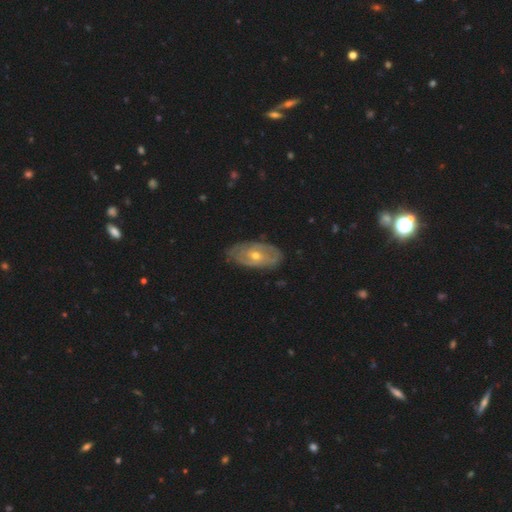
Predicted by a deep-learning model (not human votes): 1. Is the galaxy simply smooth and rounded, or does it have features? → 73% featured or disk, 21% smooth, 6% star or artifact.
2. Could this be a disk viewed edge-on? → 91% no, 9% yes.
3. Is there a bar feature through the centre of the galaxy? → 65% no, 28% weak, 7% strong.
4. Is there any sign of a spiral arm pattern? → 69% yes, 31% no.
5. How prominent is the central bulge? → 54% moderate, 43% small, 1% large, 1% none, 1% dominant.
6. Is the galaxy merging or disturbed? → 76% none, 19% minor disturbance, 4% major disturbance, 1% merger.